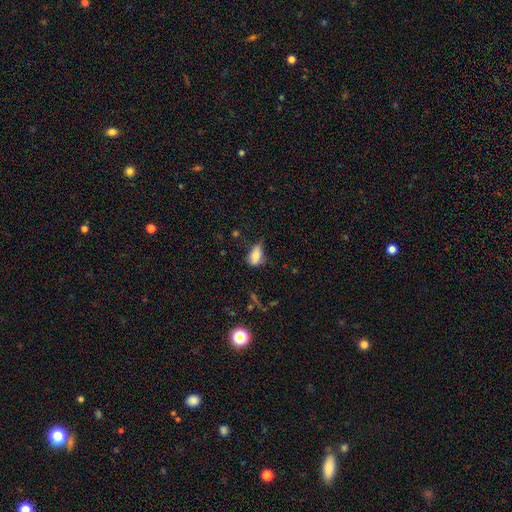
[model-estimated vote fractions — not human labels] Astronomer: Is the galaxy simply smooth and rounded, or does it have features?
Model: smooth — 78%.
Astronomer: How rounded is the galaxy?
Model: in between — 87%.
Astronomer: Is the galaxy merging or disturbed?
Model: minor disturbance — 39% (runner-up: none, 38%).